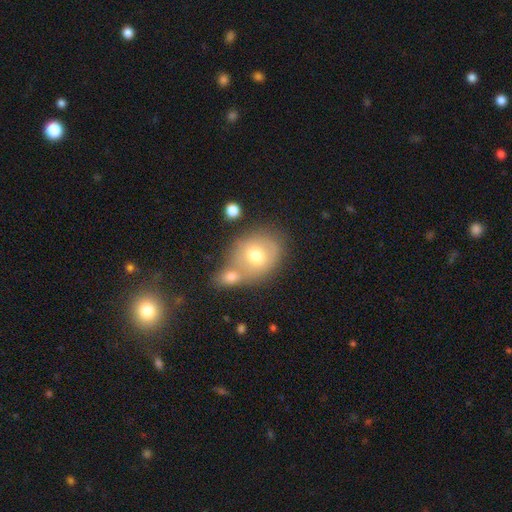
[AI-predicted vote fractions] This is likely a smooth galaxy (64%). How rounded: possibly round (57%). Merging: marginally none (41%).